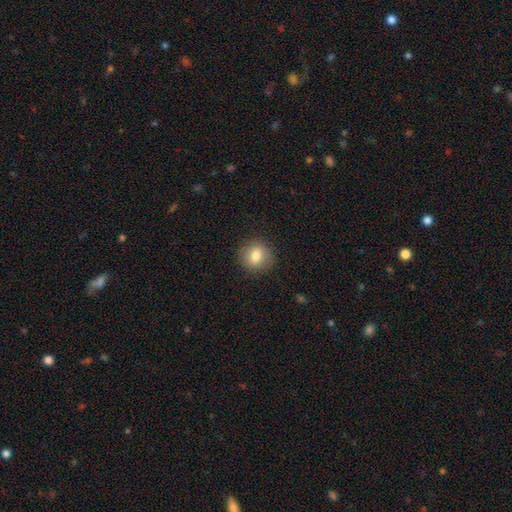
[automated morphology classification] type=smooth (79%); roundness=round (89%); merging=none (89%).